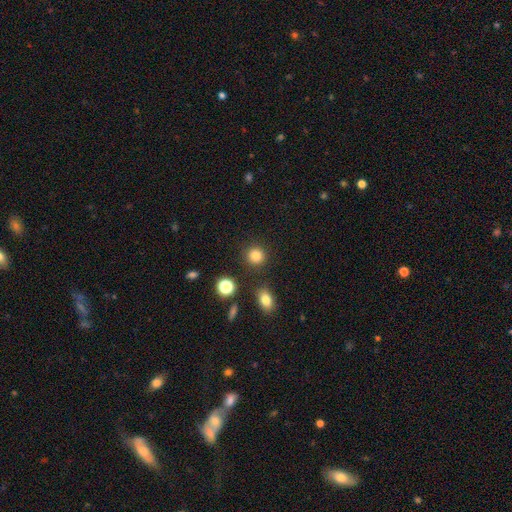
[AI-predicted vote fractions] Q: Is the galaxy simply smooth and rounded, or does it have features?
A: smooth — 83%.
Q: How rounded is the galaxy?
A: round — 90%.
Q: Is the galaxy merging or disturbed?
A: none — 88%.